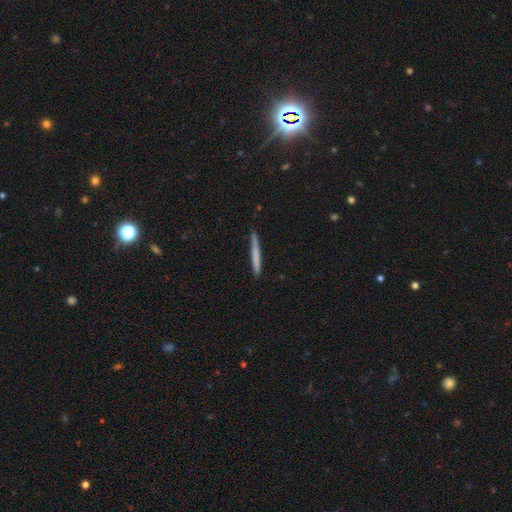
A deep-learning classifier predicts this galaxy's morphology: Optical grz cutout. It shows a smooth galaxy with no disk features (66%) that is cigar-shaped (97%). Merging: none (89%).